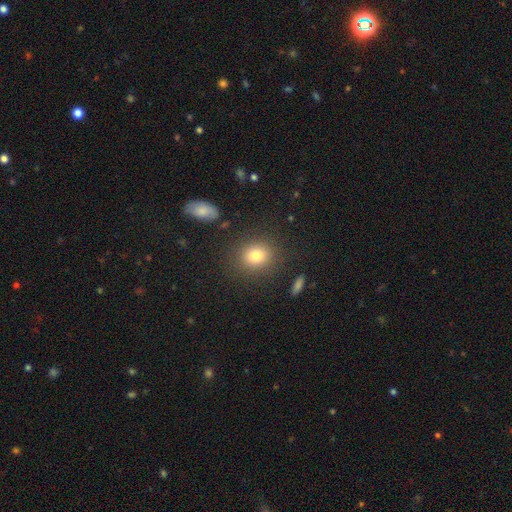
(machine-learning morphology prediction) A smooth galaxy with no disk features (81%) that is round (67%).

Vote fractions:
- Smooth or featured? smooth: 81% / star or artifact: 11% / featured or disk: 8%
- How rounded? round: 67% / in between: 32% / cigar-shaped: 1%
- Merging? none: 85% / minor disturbance: 9% / major disturbance: 4% / merger: 3%